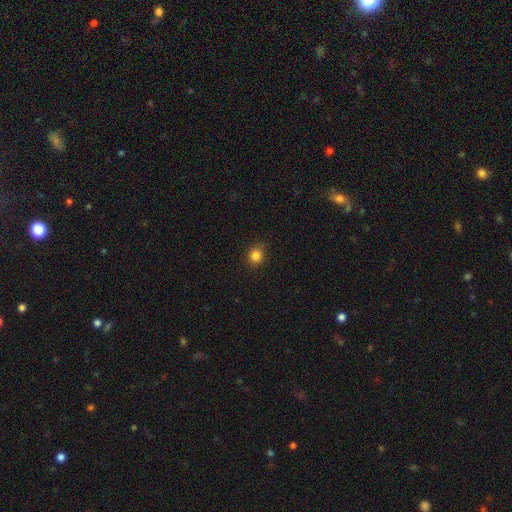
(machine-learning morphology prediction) A smooth galaxy with no disk features (84%) that is round (83%). Merging: none (88%).